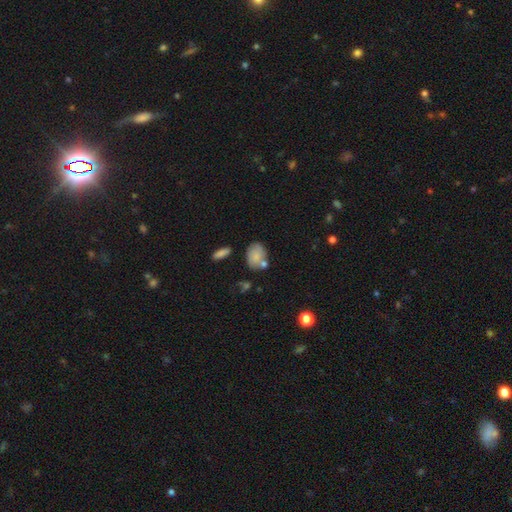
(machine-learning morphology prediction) type=smooth (77%); roundness=in between (72%); merging=none (55%).